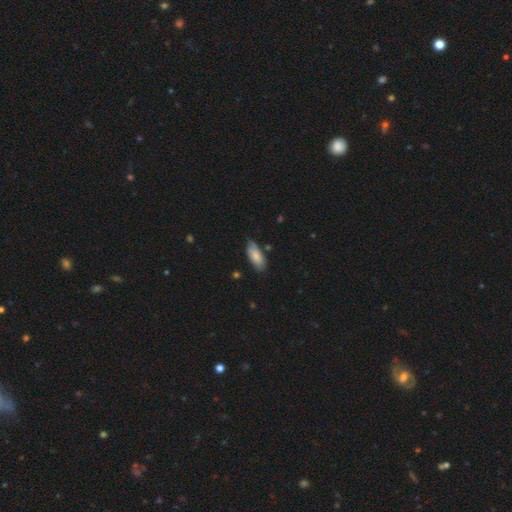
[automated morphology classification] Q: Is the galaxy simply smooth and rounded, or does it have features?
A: smooth — 78%.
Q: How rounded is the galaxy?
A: in between — 83%.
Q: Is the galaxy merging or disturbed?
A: none — 69%.